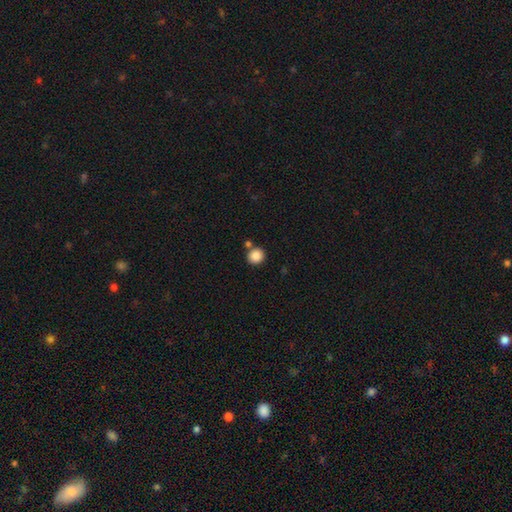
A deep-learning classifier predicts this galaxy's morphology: Q: Smooth or featured?
A: smooth (87%); runner-up: star or artifact (9%)
Q: How rounded?
A: round (88%); runner-up: in between (11%)
Q: Merging?
A: none (77%); runner-up: merger (13%)